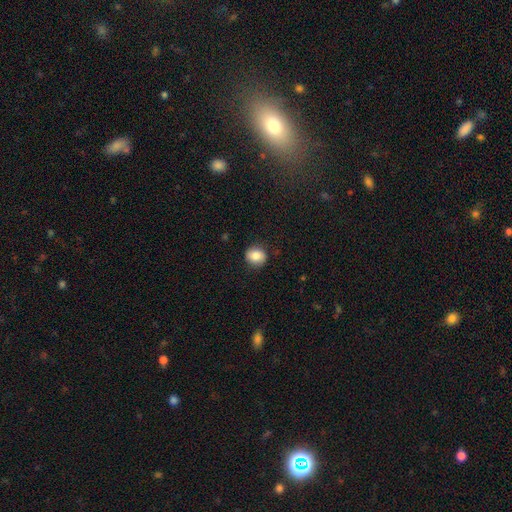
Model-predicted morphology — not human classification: Smooth or featured?
  - smooth: 82% *
  - featured or disk: 9%
  - star or artifact: 9%
How rounded?
  - round: 77% *
  - in between: 22%
  - cigar-shaped: 1%
Merging?
  - none: 85% *
  - minor disturbance: 11%
  - major disturbance: 3%
  - merger: 1%